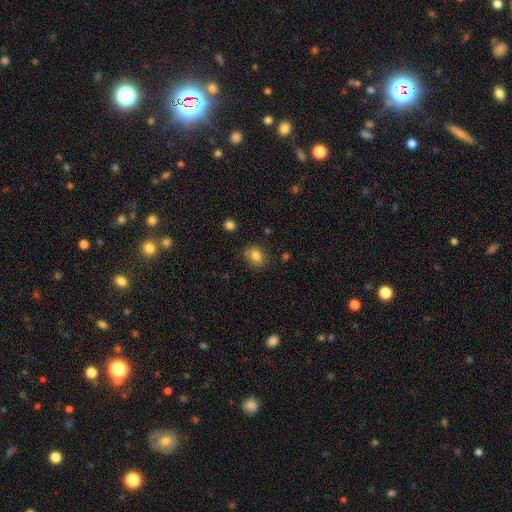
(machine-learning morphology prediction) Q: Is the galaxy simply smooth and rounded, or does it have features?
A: smooth — 82%.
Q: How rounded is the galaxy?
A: round — 70%.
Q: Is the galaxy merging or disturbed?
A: none — 81%.